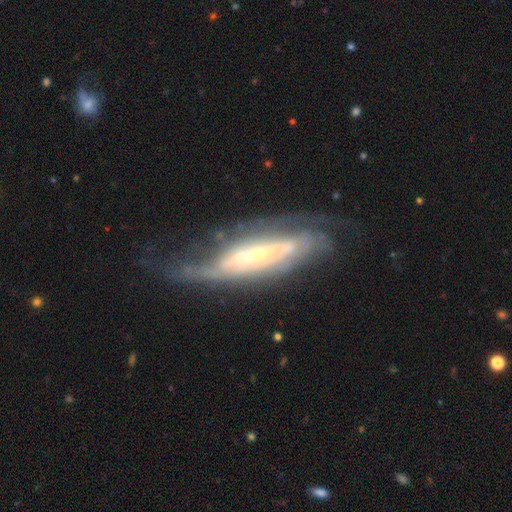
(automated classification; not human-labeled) Smooth or featured?
  - featured or disk: 79% *
  - smooth: 14%
  - star or artifact: 7%
Edge-on disk?
  - no: 67% *
  - yes: 33%
Bar?
  - strong: 36% *
  - no: 35%
  - weak: 29%
Spiral arms?
  - yes: 84% *
  - no: 16%
Bulge size?
  - small: 35% *
  - moderate: 28%
  - none: 17%
  - large: 16%
  - dominant: 4%
Merging?
  - none: 49% *
  - minor disturbance: 24%
  - major disturbance: 23%
  - merger: 3%